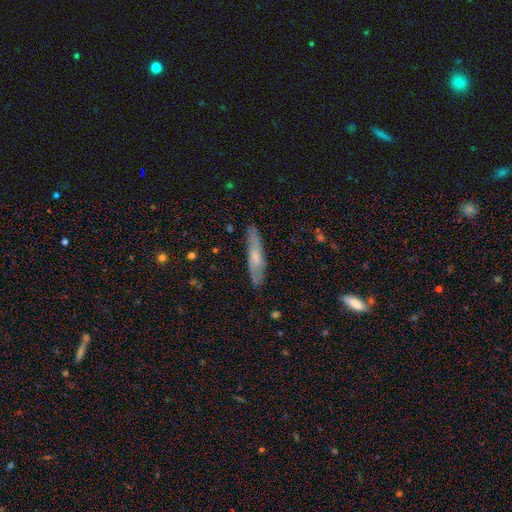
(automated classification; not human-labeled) Smooth or featured?
  - smooth: 51% *
  - featured or disk: 42%
  - star or artifact: 6%
How rounded?
  - cigar-shaped: 84% *
  - in between: 14%
  - round: 2%
Merging?
  - none: 83% *
  - minor disturbance: 13%
  - major disturbance: 3%
  - merger: 1%